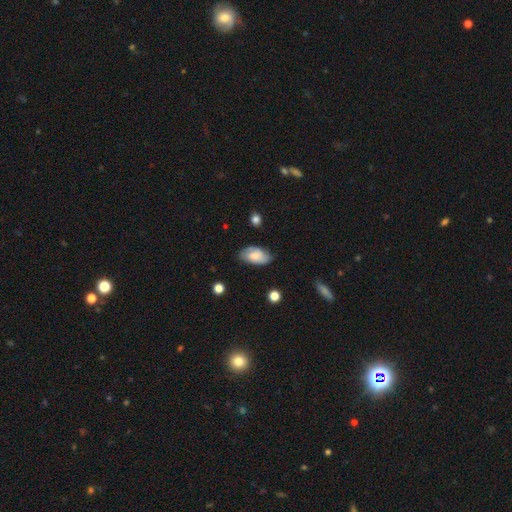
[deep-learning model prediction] Q: Smooth or featured?
A: smooth (64%); runner-up: featured or disk (28%)
Q: How rounded?
A: in between (93%); runner-up: round (5%)
Q: Merging?
A: none (69%); runner-up: minor disturbance (25%)